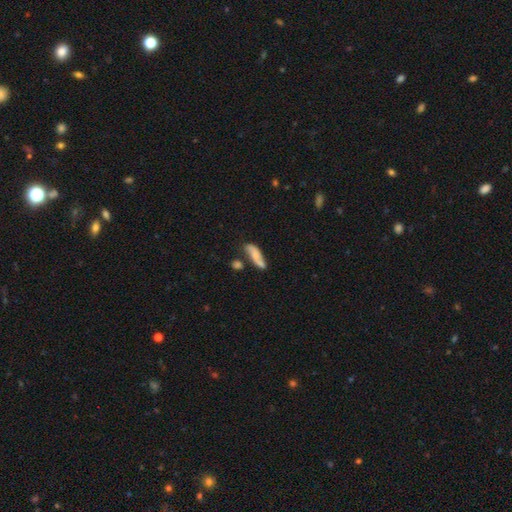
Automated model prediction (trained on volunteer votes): This appears to be a smooth galaxy with no disk features (54%) that is in between round and cigar-shaped (50%). Merging: none (51%).